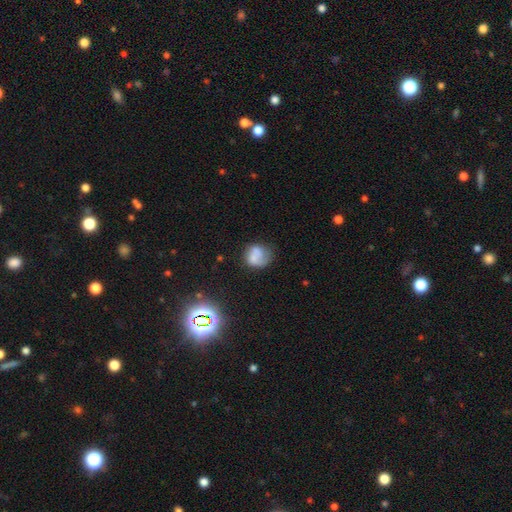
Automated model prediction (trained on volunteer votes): Overall: smooth (59%; featured or disk 30%). How rounded: round (72%). Merging: none (46%; minor disturbance 26%).